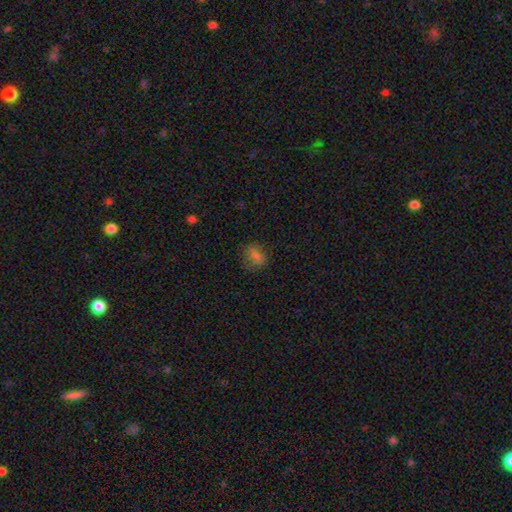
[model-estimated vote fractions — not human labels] smooth 69%, star or artifact 18%, featured or disk 13%. Down the decision tree: how rounded — in between (52%); merging — none (79%).